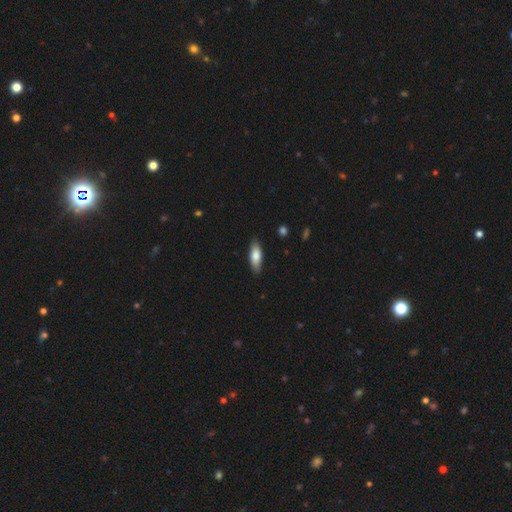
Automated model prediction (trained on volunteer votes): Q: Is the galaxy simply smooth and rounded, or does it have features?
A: smooth — 77%.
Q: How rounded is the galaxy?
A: in between — 67%.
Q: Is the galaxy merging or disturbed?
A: none — 86%.